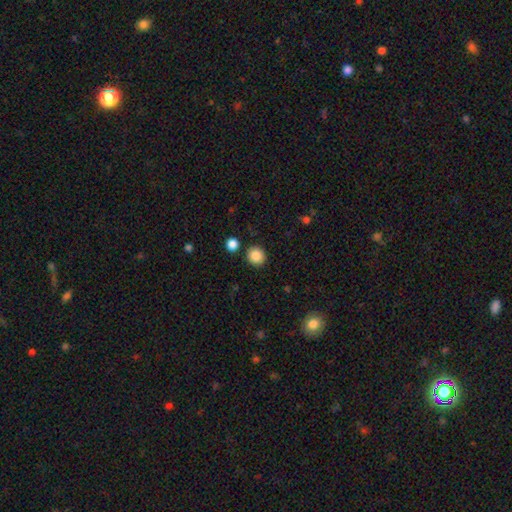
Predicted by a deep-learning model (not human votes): Smooth or featured: smooth — 87% (star or artifact — 9%)
How rounded: round — 89% (in between — 10%)
Merging: none — 88% (minor disturbance — 6%)